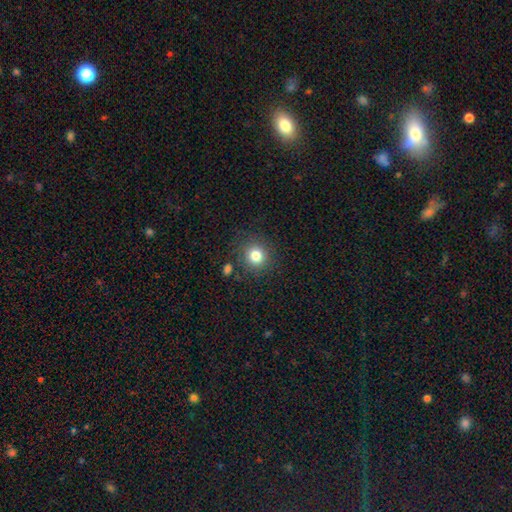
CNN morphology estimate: Smooth or featured? Predicted: smooth (p=0.80). How rounded? Predicted: round (p=0.90). Merging? Predicted: none (p=0.84).